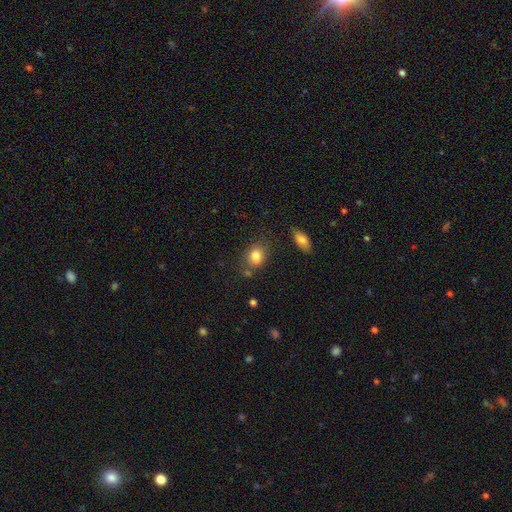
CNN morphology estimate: Smooth or featured: smooth — 81% (star or artifact — 10%)
How rounded: in between — 51% (round — 48%)
Merging: none — 70% (minor disturbance — 16%)